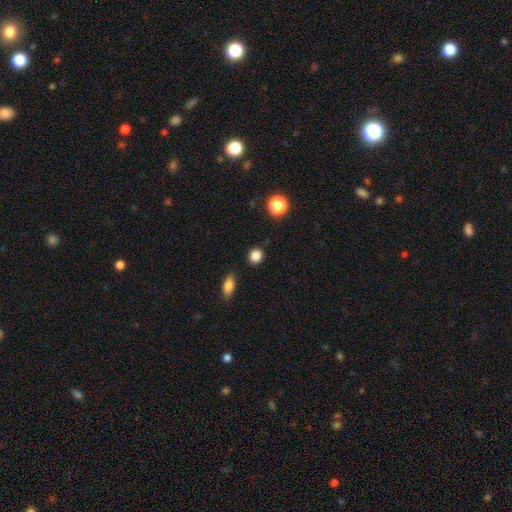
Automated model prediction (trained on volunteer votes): smooth 86%, star or artifact 11%, featured or disk 3%. Down the decision tree: how rounded — round (86%); merging — none (87%).